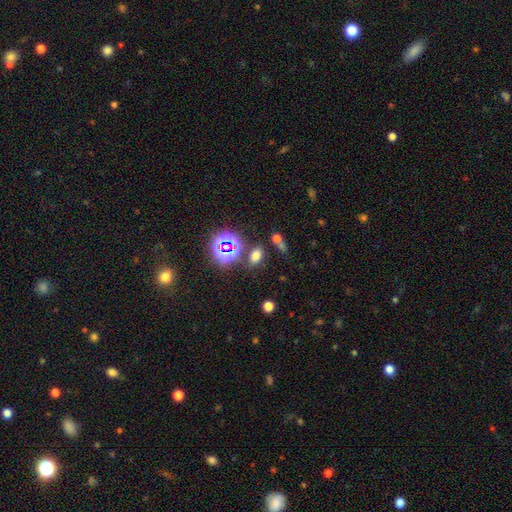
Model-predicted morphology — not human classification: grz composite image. It shows a smooth galaxy with no disk features (62%) that is in between round and cigar-shaped (83%). Merging: none (75%).